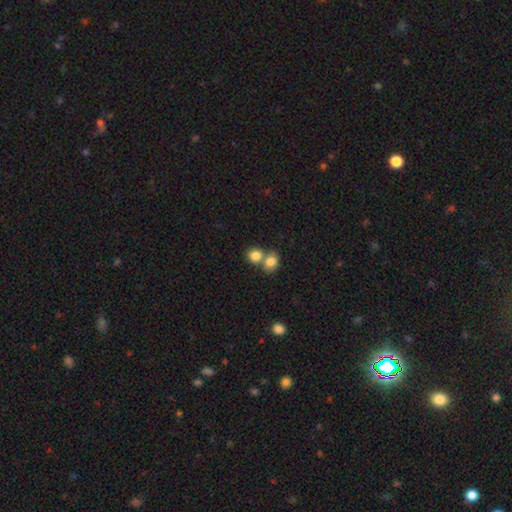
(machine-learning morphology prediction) smooth_or_featured: smooth (p=0.83) [alt: star or artifact p=0.09]
how_rounded: round (p=0.72) [alt: in between p=0.27]
merging: merger (p=0.51) [alt: none p=0.39]